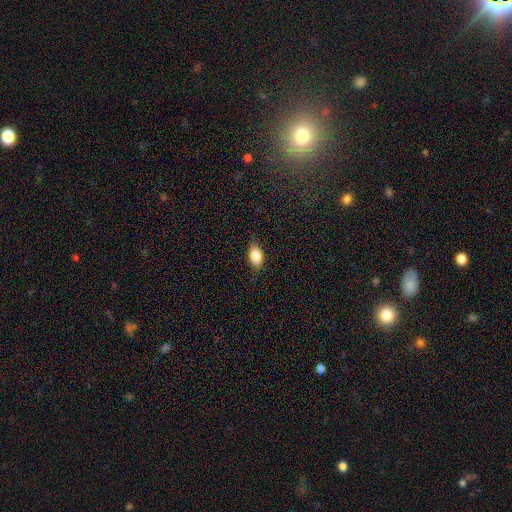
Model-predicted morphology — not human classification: The model was most divided on "merging": none: 81%, minor disturbance: 15%, major disturbance: 3%, merger: 1%. More confident: how rounded — in between (89%); smooth or featured — smooth (85%).